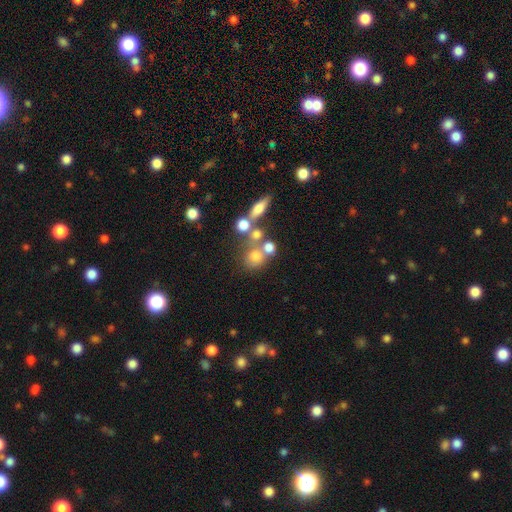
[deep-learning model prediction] Morphology: type=smooth (64%); roundness=round (77%); merging=none (44%).